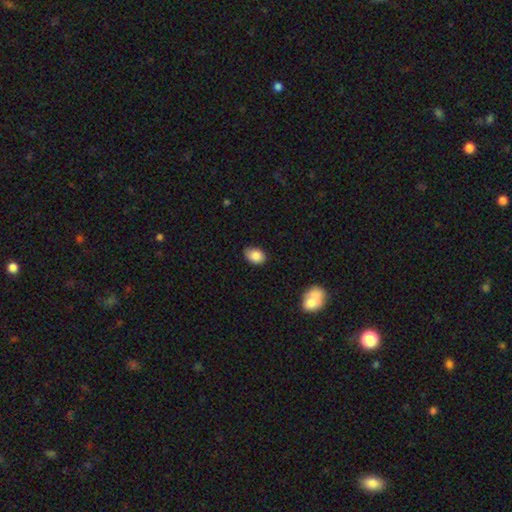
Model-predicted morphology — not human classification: Smooth or featured: smooth — 85% (star or artifact — 9%)
How rounded: in between — 73% (round — 26%)
Merging: none — 70% (minor disturbance — 25%)